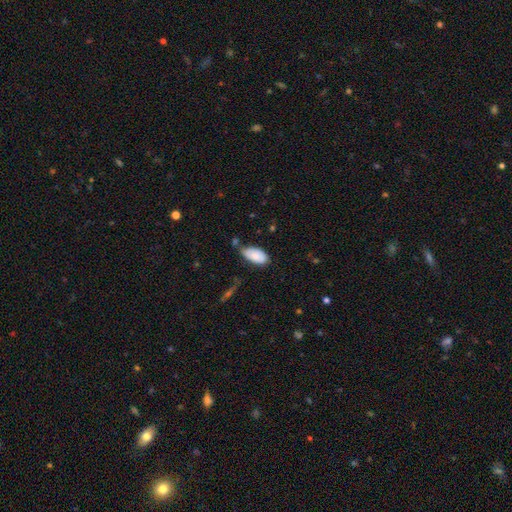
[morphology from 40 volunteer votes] Smooth or featured: smooth — 85% (featured or disk — 15%)
How rounded: in between — 94% (round — 3%)
Merging: none — 80% (minor disturbance — 12%)